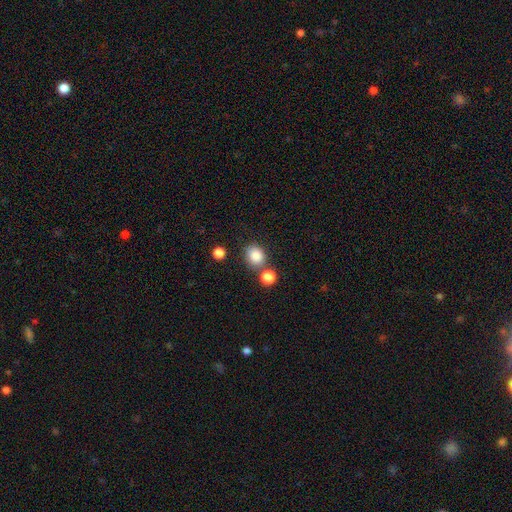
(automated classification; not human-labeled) smooth_or_featured: smooth (p=0.85) [alt: star or artifact p=0.10]
how_rounded: round (p=0.65) [alt: in between p=0.34]
merging: none (p=0.71) [alt: merger p=0.15]